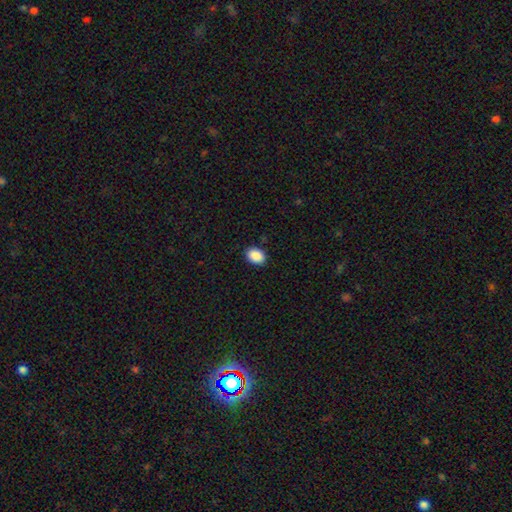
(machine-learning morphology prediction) smooth-or-featured: smooth: 90% | star or artifact: 7% | featured or disk: 2%
  how-rounded: in between: 77% | round: 22% | cigar-shaped: 1%
  merging: none: 89% | minor disturbance: 8% | major disturbance: 2% | merger: 1%